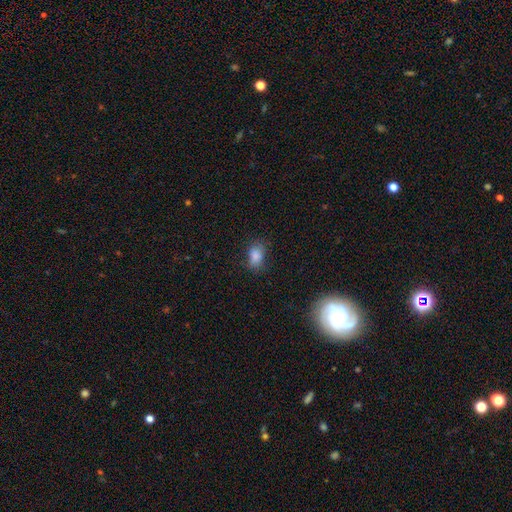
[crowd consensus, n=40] A smooth galaxy with no disk features (85%) that is in between round and cigar-shaped (79%).

Vote fractions:
- Smooth or featured? smooth: 85% / featured or disk: 8% / star or artifact: 8%
- How rounded? in between: 79% / round: 18% / cigar-shaped: 3%
- Merging? none: 62% / minor disturbance: 30% / major disturbance: 8% / merger: 0%